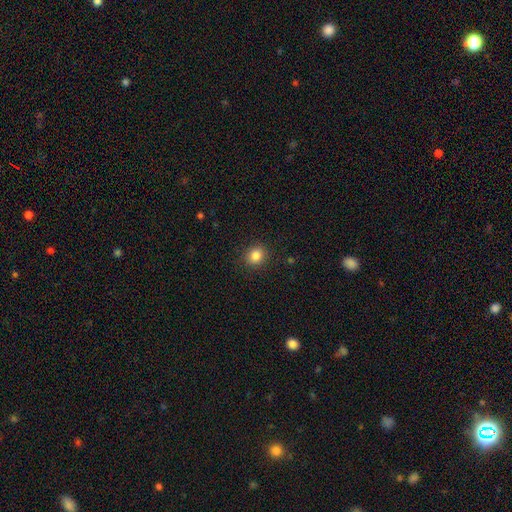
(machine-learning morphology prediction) Q: Smooth or featured?
A: smooth (84%); runner-up: star or artifact (11%)
Q: How rounded?
A: round (78%); runner-up: in between (21%)
Q: Merging?
A: none (90%); runner-up: minor disturbance (7%)